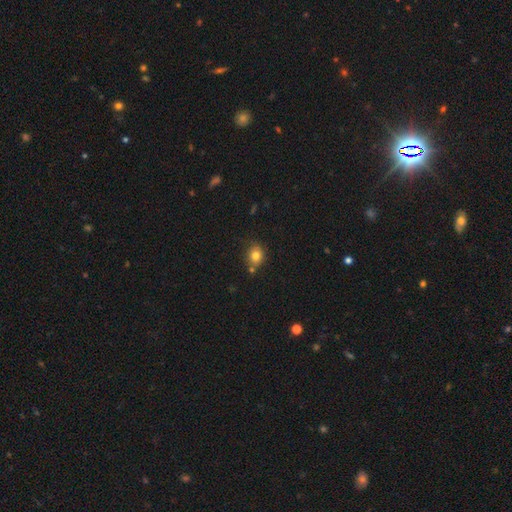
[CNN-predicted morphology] type=smooth (80%); roundness=round (71%); merging=none (70%).